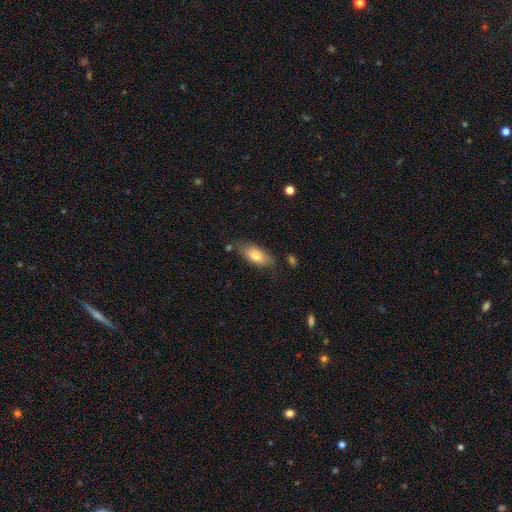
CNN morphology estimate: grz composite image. It shows a smooth galaxy with no disk features (78%) that is in between round and cigar-shaped (82%). Merging: none (72%).